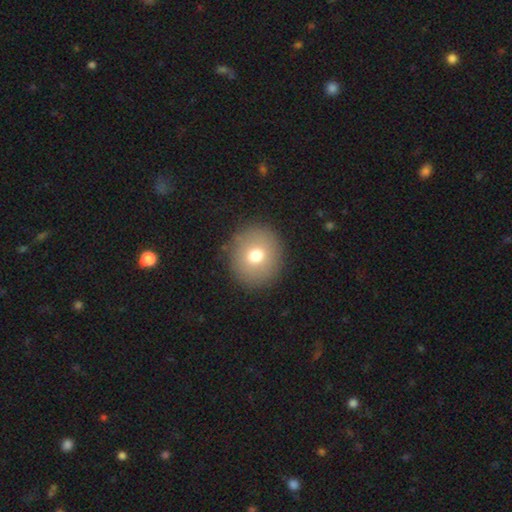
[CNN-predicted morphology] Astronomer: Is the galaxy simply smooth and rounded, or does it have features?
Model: smooth — 73%.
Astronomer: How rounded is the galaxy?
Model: round — 85%.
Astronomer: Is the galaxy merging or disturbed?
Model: none — 89%.